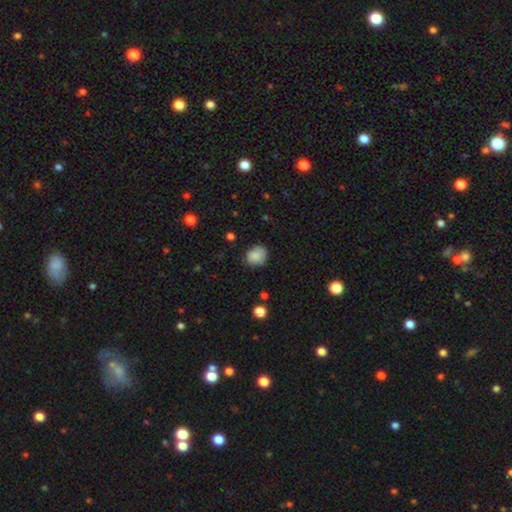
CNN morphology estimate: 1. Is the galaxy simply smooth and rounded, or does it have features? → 83% smooth, 8% star or artifact, 8% featured or disk.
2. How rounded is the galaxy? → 69% round, 30% in between, 1% cigar-shaped.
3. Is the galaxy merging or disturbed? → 74% none, 20% minor disturbance, 4% major disturbance, 2% merger.